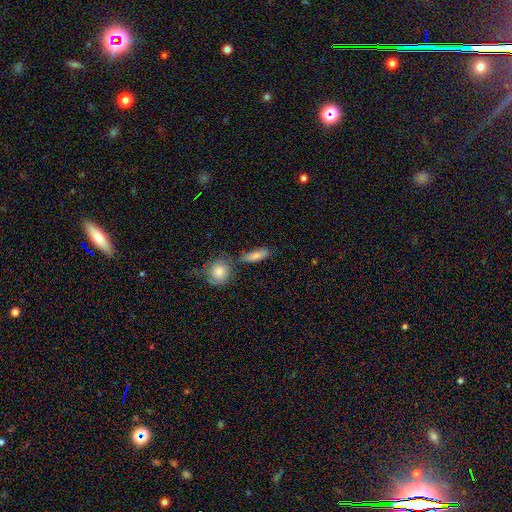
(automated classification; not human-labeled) This appears to be a smooth galaxy with no disk features (80%) that is in between round and cigar-shaped (50%). Merging: none (67%).